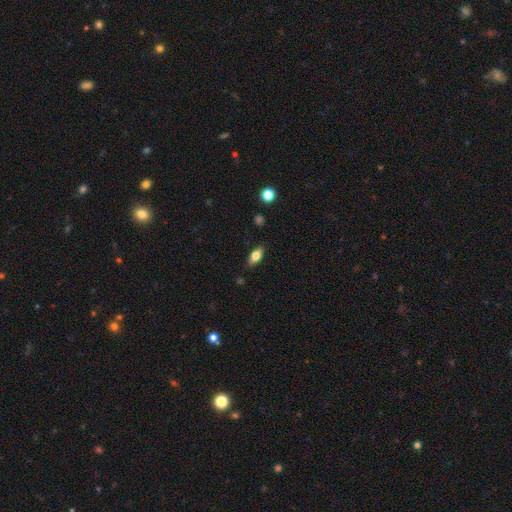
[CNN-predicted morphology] Smooth or featured? smooth (76%)
How rounded? in between (85%)
Merging? none (85%)